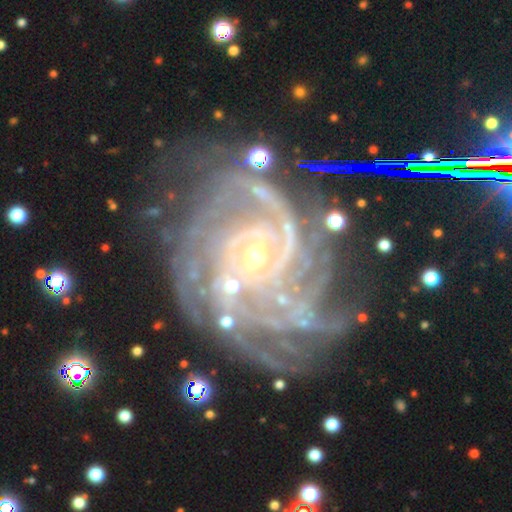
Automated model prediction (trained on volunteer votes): Smooth or featured? Predicted: featured or disk (p=0.91). Edge-on disk? Predicted: no (p=0.98). Bar? Predicted: no (p=0.55). Spiral arms? Predicted: yes (p=0.98). Spiral winding? Predicted: tight (p=0.72). Spiral arm count? Predicted: 4 (p=0.21). Bulge size? Predicted: small (p=0.66). Merging? Predicted: none (p=0.63).